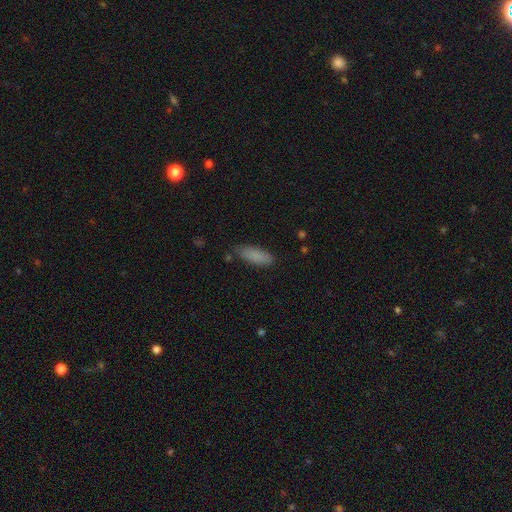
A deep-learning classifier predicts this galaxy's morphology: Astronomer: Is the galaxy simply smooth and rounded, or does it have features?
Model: smooth — 87%.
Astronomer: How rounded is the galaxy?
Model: in between — 63%.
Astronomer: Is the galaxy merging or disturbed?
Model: none — 81%.